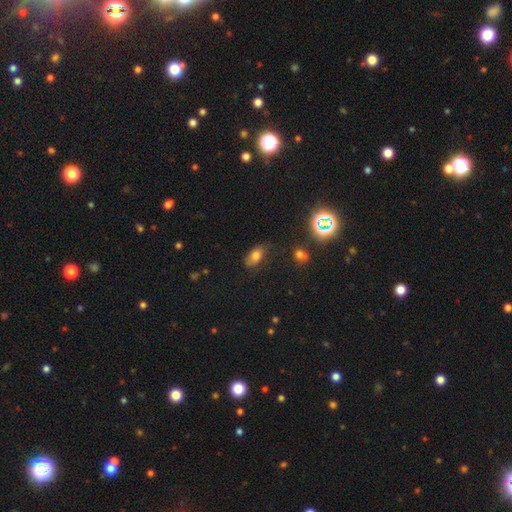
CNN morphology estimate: Smooth or featured?
  - smooth: 68% *
  - featured or disk: 16%
  - star or artifact: 15%
How rounded?
  - in between: 86% *
  - round: 8%
  - cigar-shaped: 6%
Merging?
  - none: 63% *
  - minor disturbance: 25%
  - major disturbance: 9%
  - merger: 3%